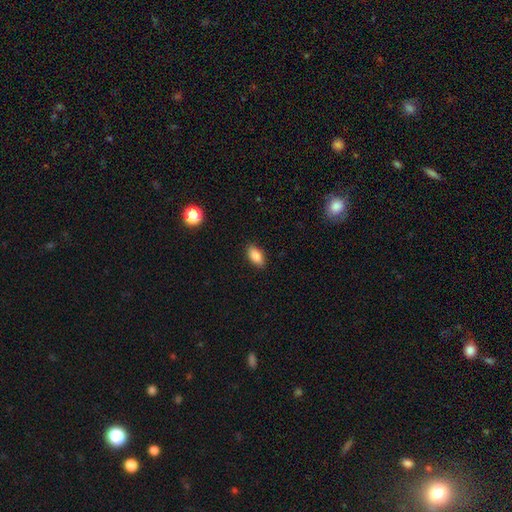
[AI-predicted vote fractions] smooth-or-featured: smooth: 85% | star or artifact: 8% | featured or disk: 7%
  how-rounded: in between: 89% | cigar-shaped: 7% | round: 4%
  merging: none: 88% | minor disturbance: 9% | major disturbance: 2% | merger: 1%